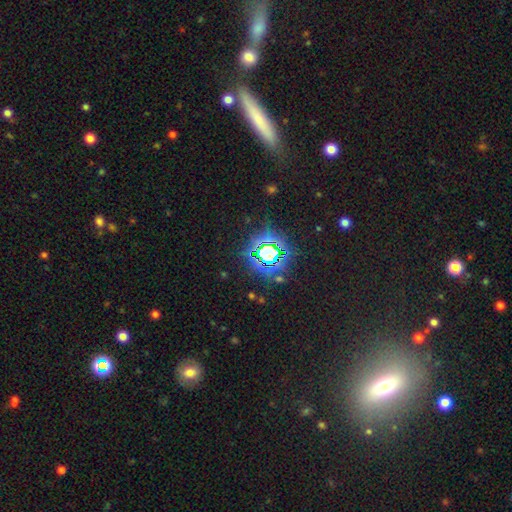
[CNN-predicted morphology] Smooth or featured: star or artifact — 74% (smooth — 17%)